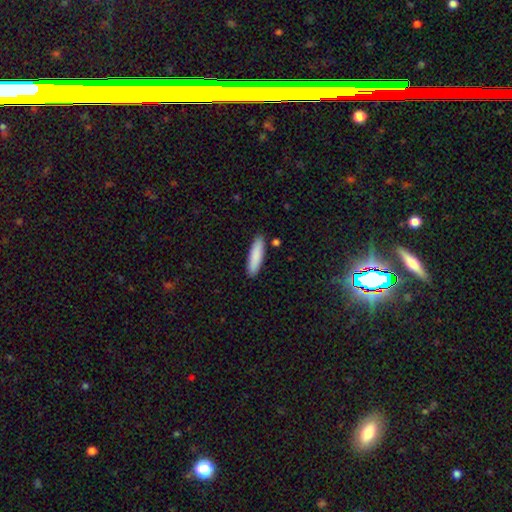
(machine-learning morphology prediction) smooth 87%, featured or disk 8%, star or artifact 6%. Down the decision tree: how rounded — cigar-shaped (71%); merging — none (87%).